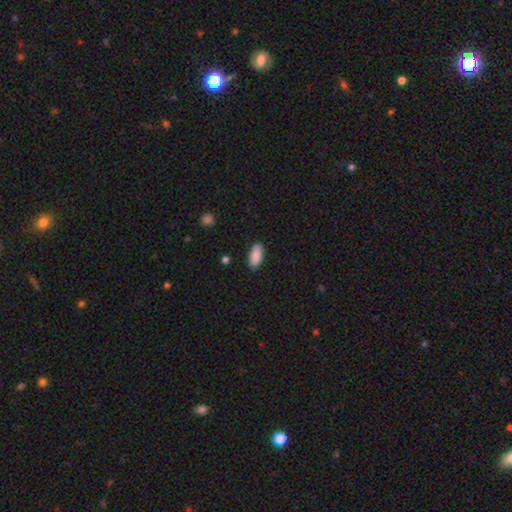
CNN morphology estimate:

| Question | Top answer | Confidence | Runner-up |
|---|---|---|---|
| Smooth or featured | smooth | 88% | star or artifact (6%) |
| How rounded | in between | 90% | cigar-shaped (8%) |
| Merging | none | 86% | minor disturbance (10%) |